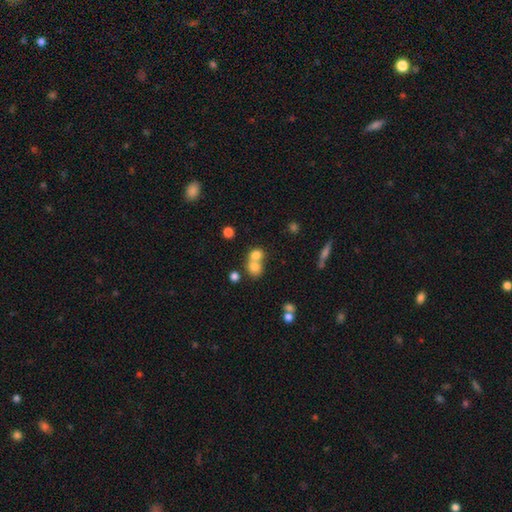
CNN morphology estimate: type=smooth (75%); roundness=round (75%); merging=merger (60%).